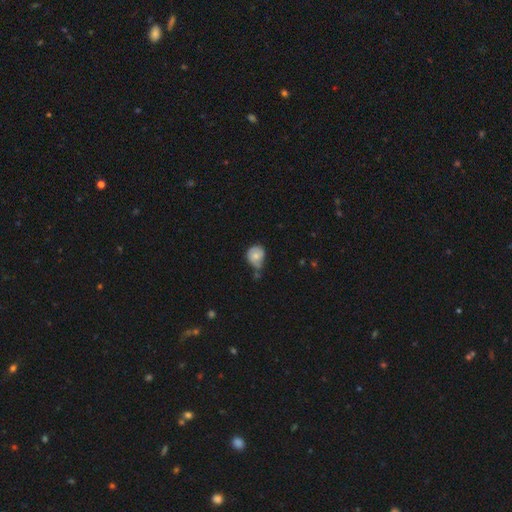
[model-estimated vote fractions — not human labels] Smooth or featured? smooth (71%)
How rounded? round (71%)
Merging? none (40%)